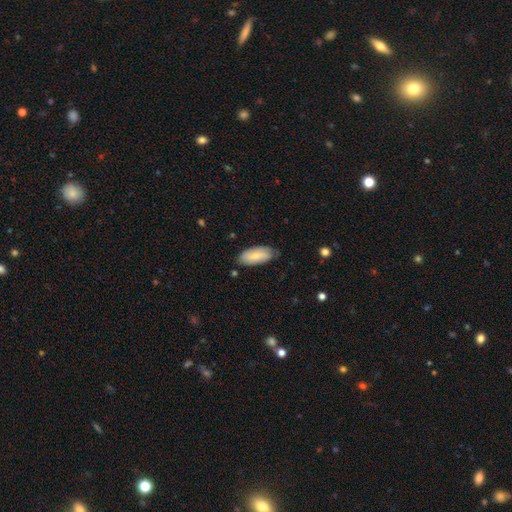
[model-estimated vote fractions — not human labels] The model was most divided on "merging": none: 71%, minor disturbance: 23%, major disturbance: 4%, merger: 2%. More confident: how rounded — in between (87%); smooth or featured — smooth (75%).